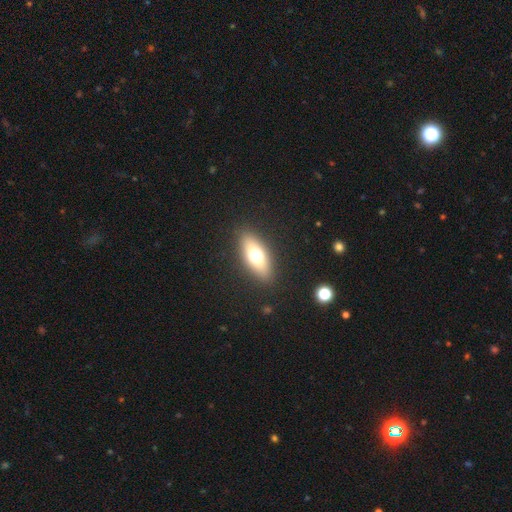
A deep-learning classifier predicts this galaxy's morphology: smooth 60%, featured or disk 31%, star or artifact 10%. Down the decision tree: how rounded — in between (70%); merging — none (88%).